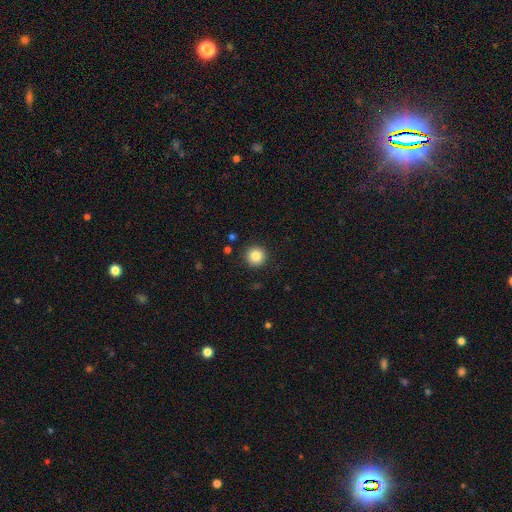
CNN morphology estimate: The model was most divided on "smooth or featured": smooth: 84%, star or artifact: 10%, featured or disk: 6%. More confident: how rounded — round (96%); merging — none (92%).